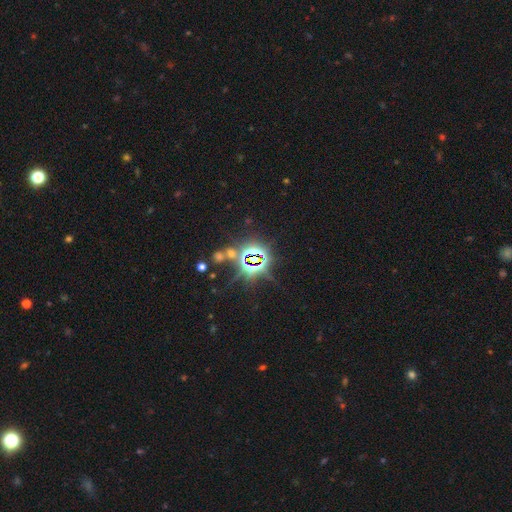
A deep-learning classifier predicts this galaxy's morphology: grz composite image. It shows a star or artifact, not a galaxy (83%).